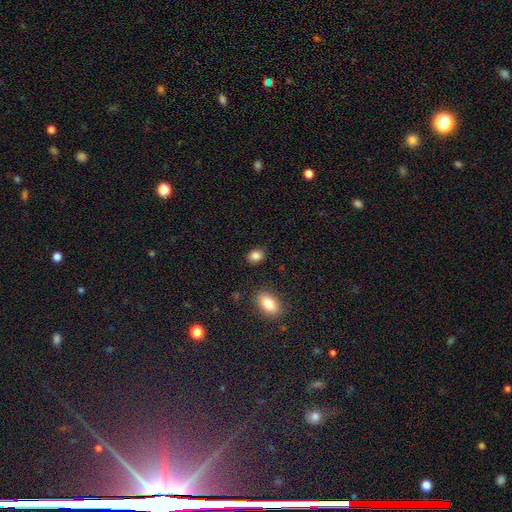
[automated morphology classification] Smooth or featured? Predicted: smooth (p=0.86). How rounded? Predicted: in between (p=0.63). Merging? Predicted: none (p=0.86).